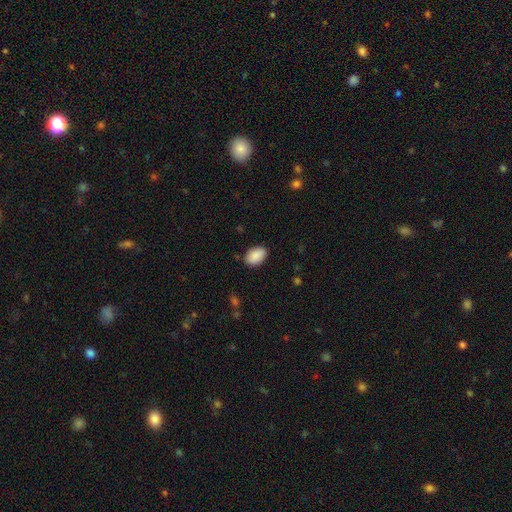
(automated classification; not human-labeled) This appears to be a smooth galaxy with no disk features (90%) that is in between round and cigar-shaped (90%). Merging: none (86%).